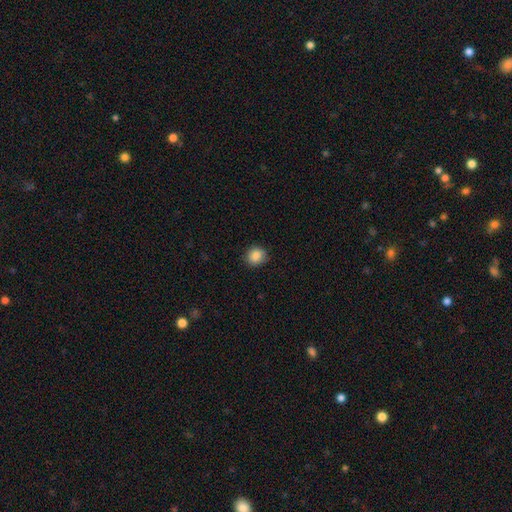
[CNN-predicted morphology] A smooth galaxy with no disk features (87%) that is round (77%). Merging: none (85%).